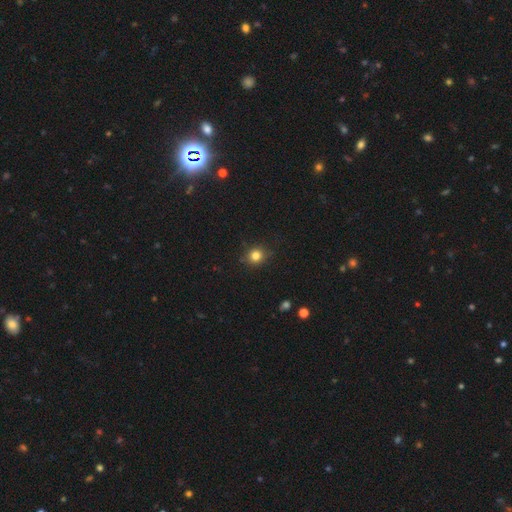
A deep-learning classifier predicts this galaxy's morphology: smooth 82%, star or artifact 13%, featured or disk 5%. Down the decision tree: how rounded — round (86%); merging — none (86%).